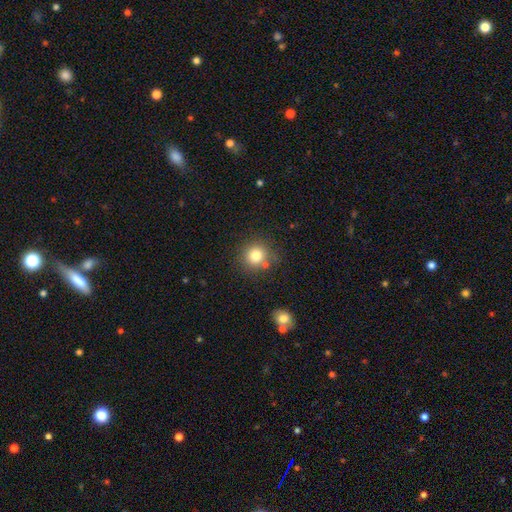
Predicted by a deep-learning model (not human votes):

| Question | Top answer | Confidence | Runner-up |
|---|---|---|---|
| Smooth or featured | smooth | 80% | star or artifact (12%) |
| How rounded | round | 91% | in between (8%) |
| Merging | none | 75% | minor disturbance (11%) |